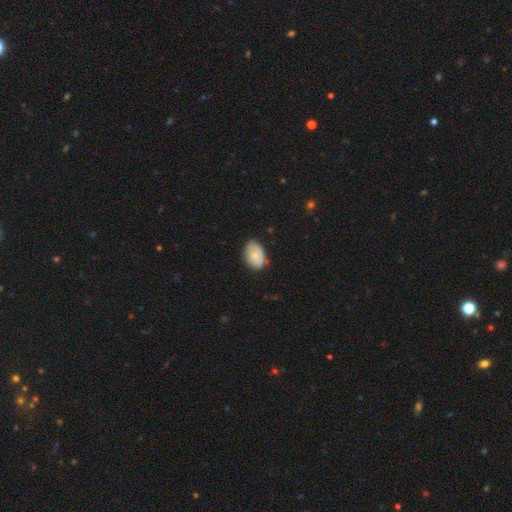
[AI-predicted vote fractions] A smooth galaxy with no disk features (72%) that is in between round and cigar-shaped (84%). Merging: none (68%).